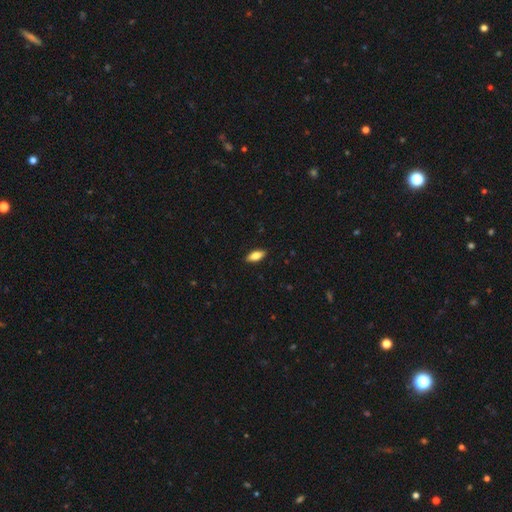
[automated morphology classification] Smooth or featured? smooth (79%)
How rounded? in between (84%)
Merging? none (89%)